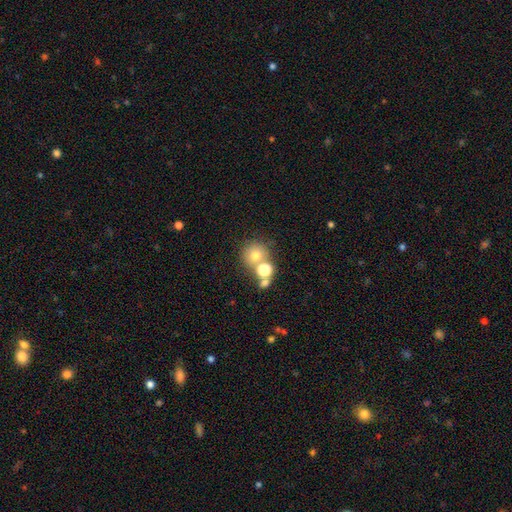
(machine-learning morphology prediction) type=smooth (69%); roundness=round (87%); merging=none (53%).